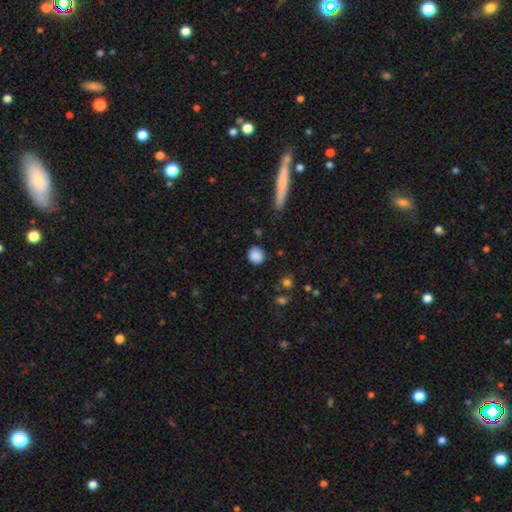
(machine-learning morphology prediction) Overall: smooth (87%). How rounded: round (85%). Merging: none (85%).